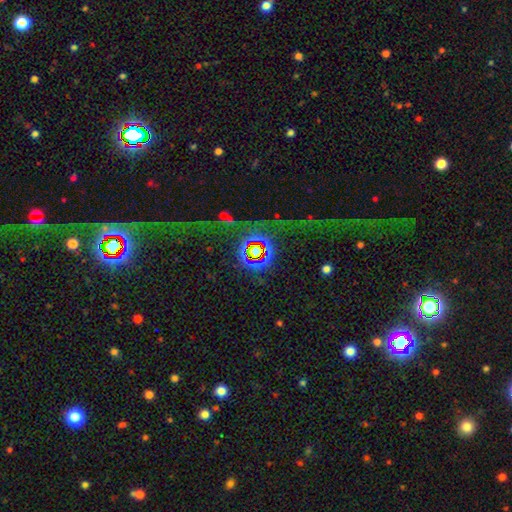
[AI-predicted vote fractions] Overall: star or artifact (74%).